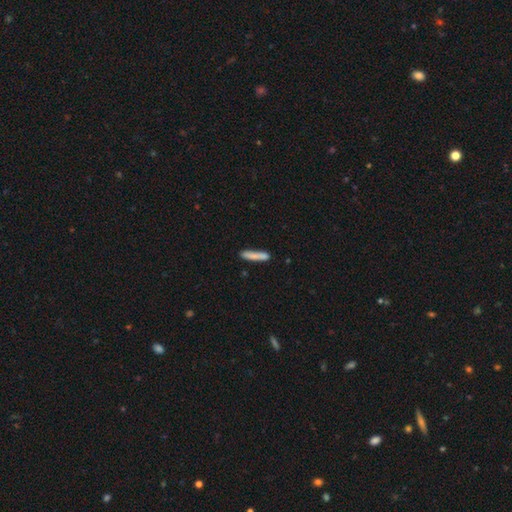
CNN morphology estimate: smooth 82%, featured or disk 12%, star or artifact 6%. Down the decision tree: how rounded — cigar-shaped (91%); merging — none (78%).